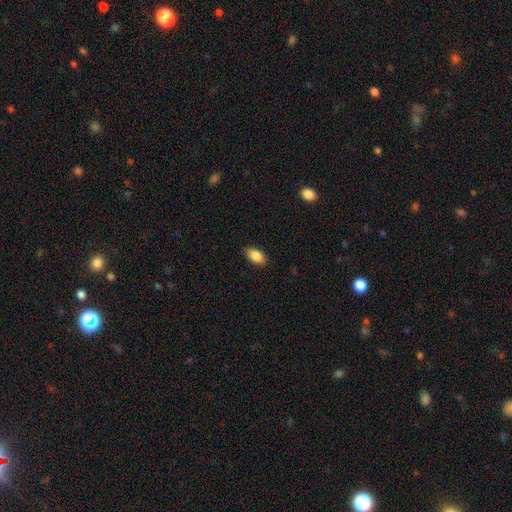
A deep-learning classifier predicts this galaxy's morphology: smooth-or-featured: smooth: 88% | star or artifact: 7% | featured or disk: 5%
  how-rounded: in between: 92% | round: 4% | cigar-shaped: 4%
  merging: none: 88% | minor disturbance: 9% | major disturbance: 2% | merger: 1%